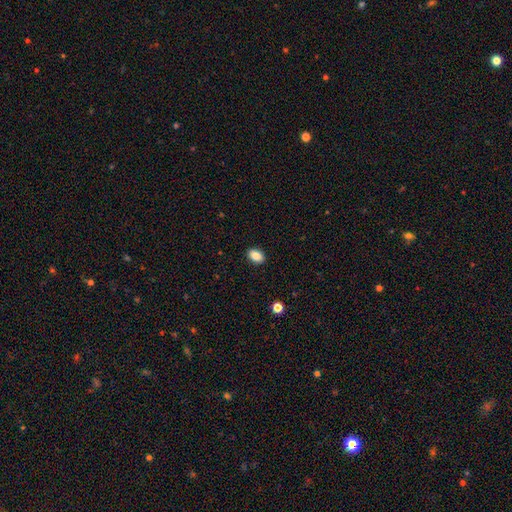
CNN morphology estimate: Smooth or featured? Predicted: smooth (p=0.86). How rounded? Predicted: in between (p=0.83). Merging? Predicted: none (p=0.91).